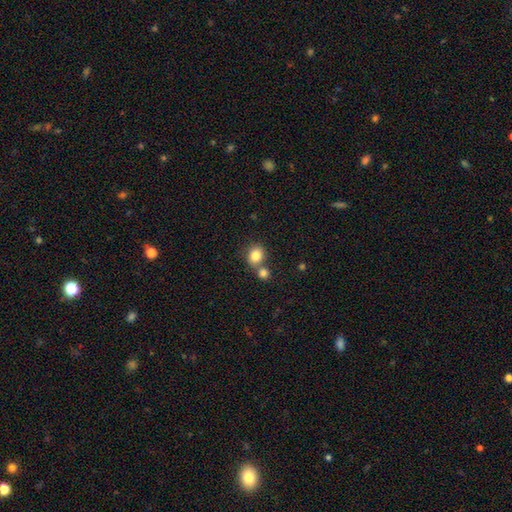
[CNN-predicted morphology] The model was most divided on "merging": none: 56%, merger: 32%, minor disturbance: 9%, major disturbance: 3%. More confident: smooth or featured — smooth (83%); how rounded — round (71%).